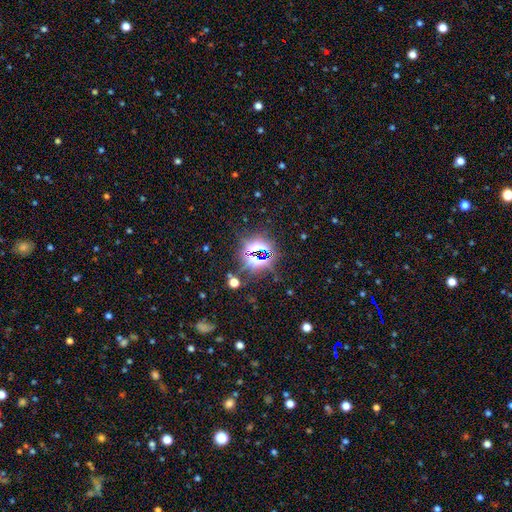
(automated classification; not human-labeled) Q: Smooth or featured?
A: star or artifact (76%); runner-up: smooth (15%)